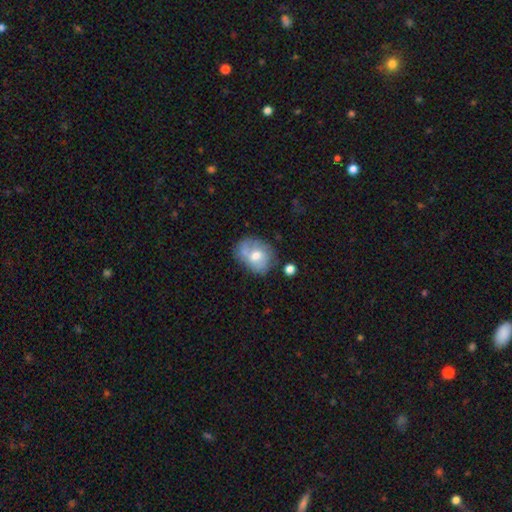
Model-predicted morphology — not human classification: featured or disk 48%, smooth 44%, star or artifact 8%. Down the decision tree: merging — none (53%).